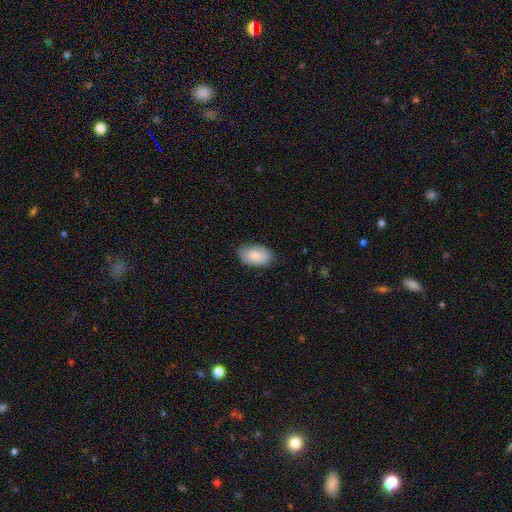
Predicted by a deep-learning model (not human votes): smooth 83%, featured or disk 11%, star or artifact 6%. Down the decision tree: how rounded — in between (94%); merging — none (83%).